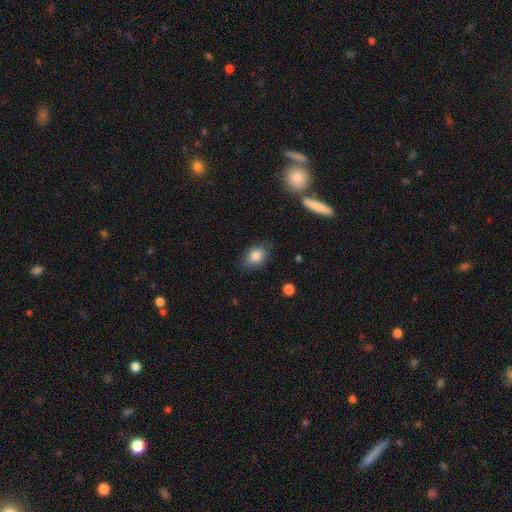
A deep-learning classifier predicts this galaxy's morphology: Q: Smooth or featured?
A: smooth (83%); runner-up: star or artifact (8%)
Q: How rounded?
A: in between (72%); runner-up: round (26%)
Q: Merging?
A: none (80%); runner-up: minor disturbance (15%)